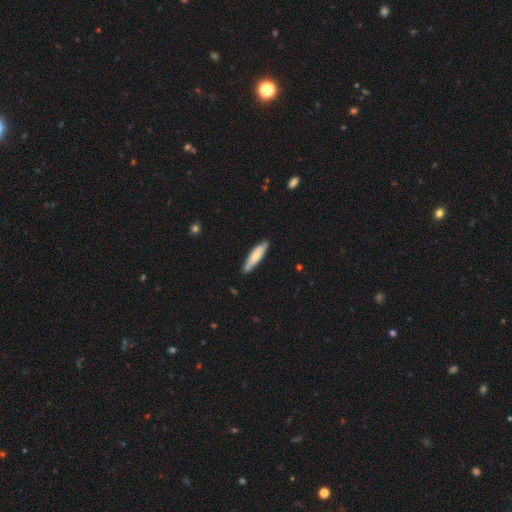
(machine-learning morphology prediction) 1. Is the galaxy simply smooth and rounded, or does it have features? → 67% smooth, 27% featured or disk, 5% star or artifact.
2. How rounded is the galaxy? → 77% cigar-shaped, 22% in between, 1% round.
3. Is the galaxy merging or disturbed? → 83% none, 13% minor disturbance, 2% major disturbance, 1% merger.